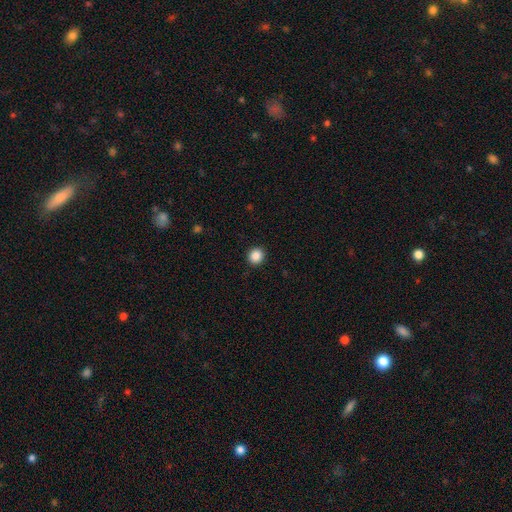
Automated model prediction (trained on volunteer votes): smooth_or_featured: smooth (p=0.87) [alt: star or artifact p=0.10]
how_rounded: round (p=0.91) [alt: in between p=0.09]
merging: none (p=0.93) [alt: minor disturbance p=0.05]